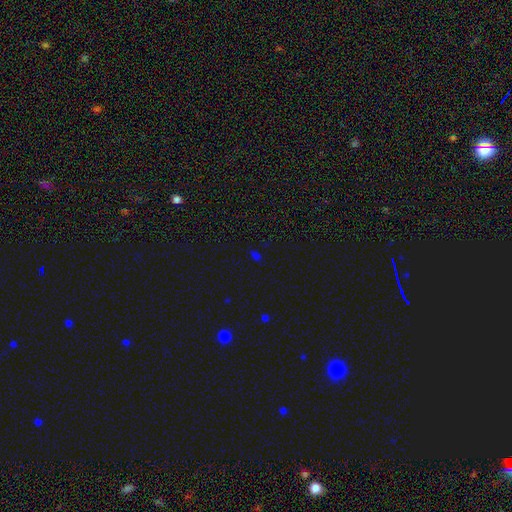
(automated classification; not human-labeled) Smooth or featured: star or artifact — 52% (smooth — 41%)